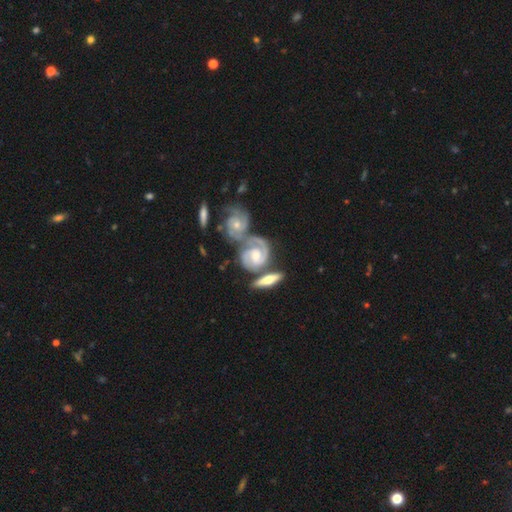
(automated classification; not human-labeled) This appears to be a featured or disk galaxy (84%) with no bar (54%), 2 (67%) tight (59%) spiral arms (96%) and a moderate central bulge (54%). Merging: merger (45%).